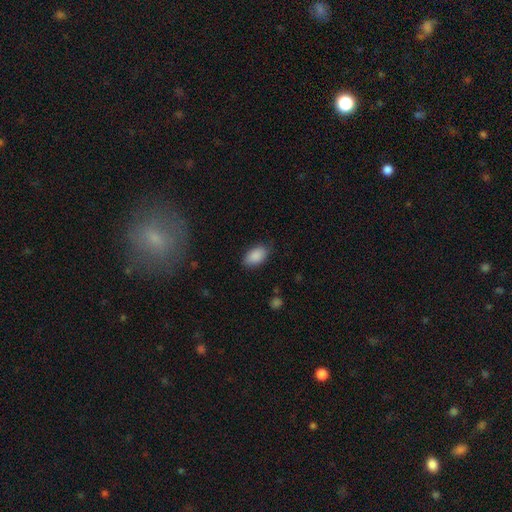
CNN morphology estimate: Smooth or featured? smooth (89%)
How rounded? in between (93%)
Merging? none (82%)